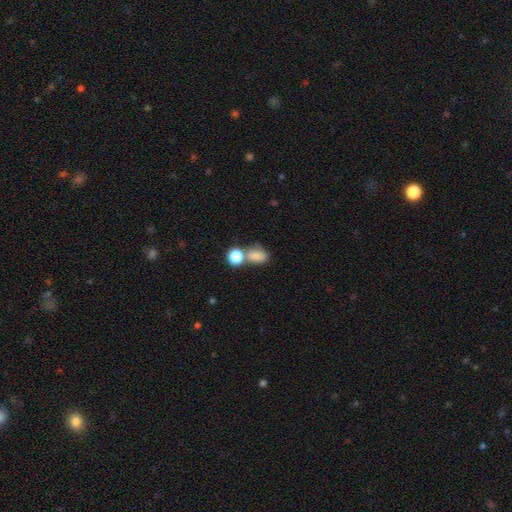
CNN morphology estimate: Smooth or featured? Predicted: smooth (p=0.81). How rounded? Predicted: in between (p=0.76). Merging? Predicted: none (p=0.44).